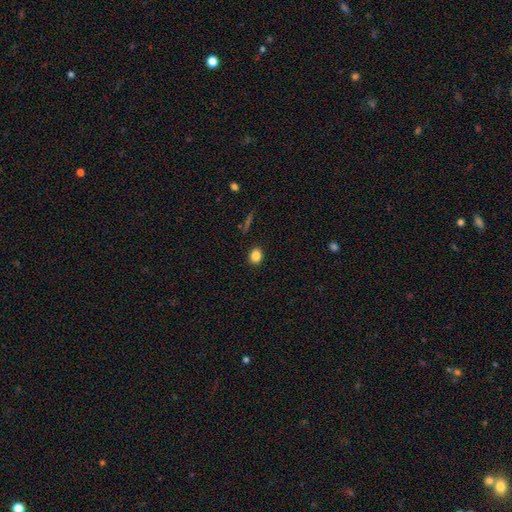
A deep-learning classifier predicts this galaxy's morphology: smooth_or_featured: smooth (p=0.84) [alt: star or artifact p=0.11]
how_rounded: round (p=0.58) [alt: in between p=0.41]
merging: none (p=0.90) [alt: minor disturbance p=0.07]